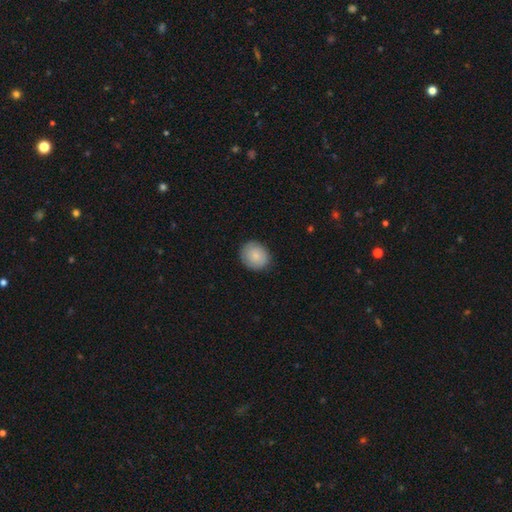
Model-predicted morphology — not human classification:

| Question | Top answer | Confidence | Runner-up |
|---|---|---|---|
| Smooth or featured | smooth | 83% | featured or disk (10%) |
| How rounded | round | 71% | in between (28%) |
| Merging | none | 86% | minor disturbance (11%) |